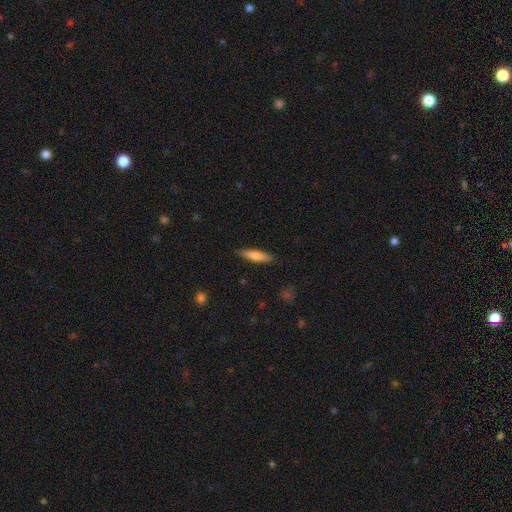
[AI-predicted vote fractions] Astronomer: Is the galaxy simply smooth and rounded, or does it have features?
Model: smooth — 72%.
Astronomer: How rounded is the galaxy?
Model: cigar-shaped — 77%.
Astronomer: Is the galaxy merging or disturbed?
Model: none — 86%.